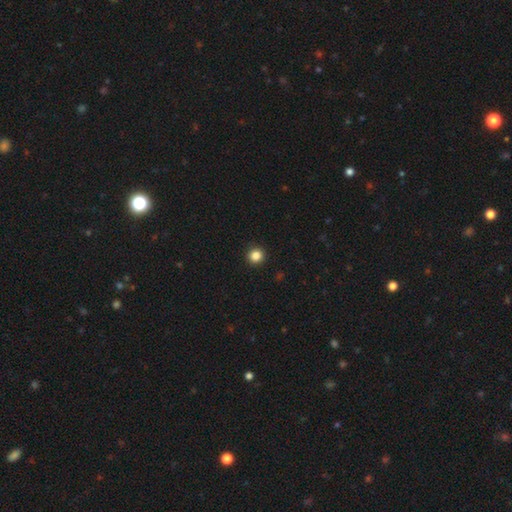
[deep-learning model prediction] A smooth galaxy with no disk features (85%) that is round (94%).

Vote fractions:
- Smooth or featured? smooth: 85% / star or artifact: 11% / featured or disk: 4%
- How rounded? round: 94% / in between: 5% / cigar-shaped: 1%
- Merging? none: 94% / minor disturbance: 4% / major disturbance: 1% / merger: 1%